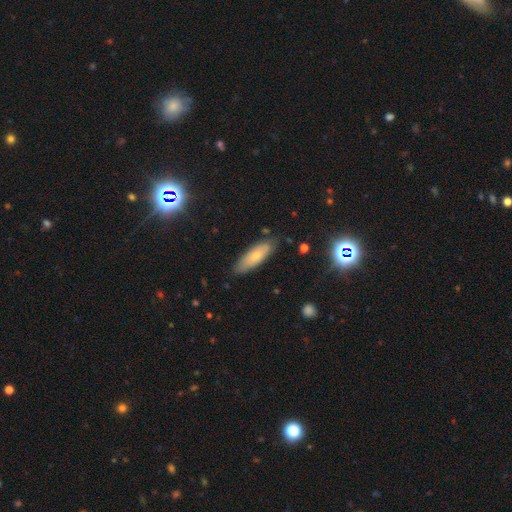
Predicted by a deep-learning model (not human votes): A smooth galaxy with no disk features (66%) that is in between round and cigar-shaped (56%).

Vote fractions:
- Smooth or featured? smooth: 66% / featured or disk: 27% / star or artifact: 7%
- How rounded? in between: 56% / cigar-shaped: 42% / round: 2%
- Merging? none: 77% / minor disturbance: 18% / major disturbance: 3% / merger: 2%